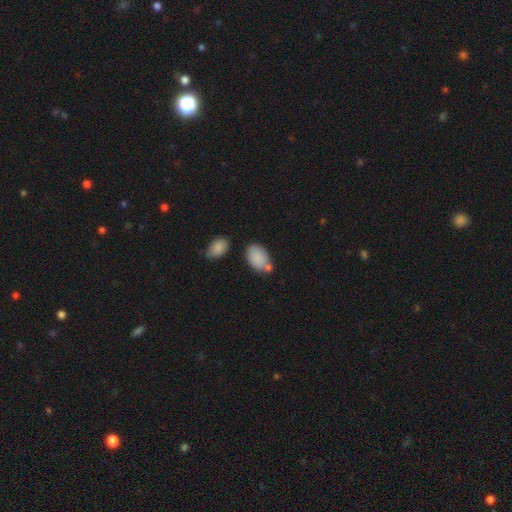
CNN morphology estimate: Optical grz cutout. It shows a smooth galaxy with no disk features (86%) that is in between round and cigar-shaped (91%). Merging: none (60%).